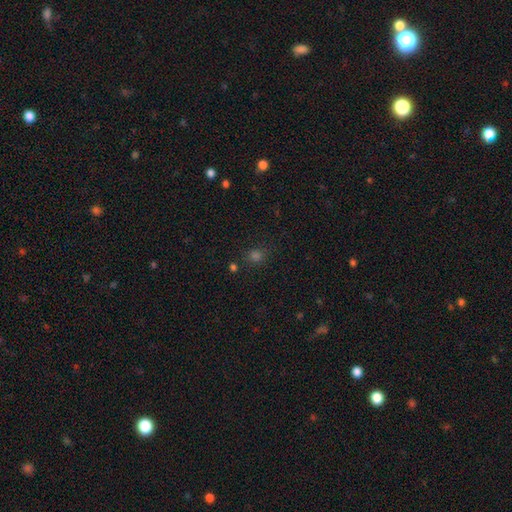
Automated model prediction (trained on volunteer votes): Smooth or featured? smooth (65%)
How rounded? round (75%)
Merging? none (83%)